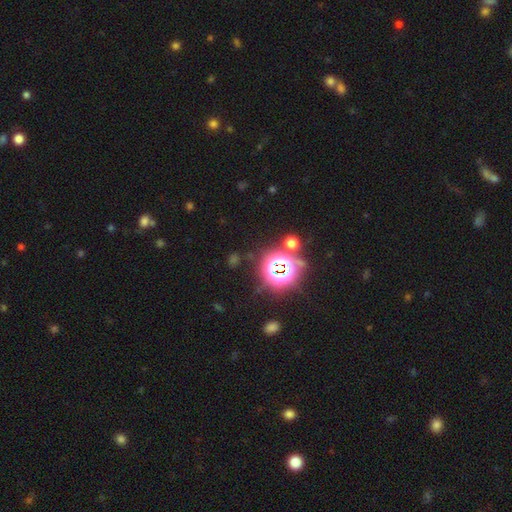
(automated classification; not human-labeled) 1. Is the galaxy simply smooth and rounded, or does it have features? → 84% star or artifact, 9% smooth, 6% featured or disk.